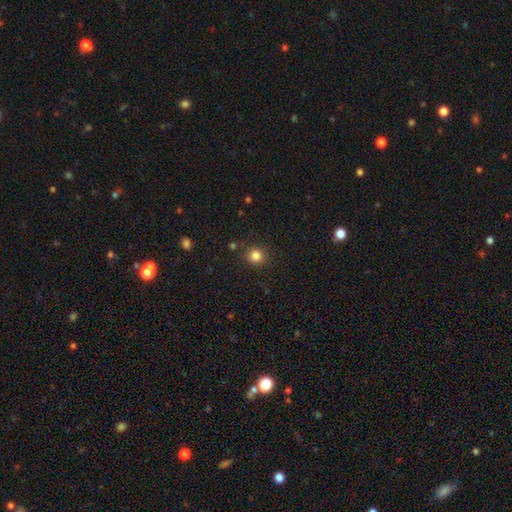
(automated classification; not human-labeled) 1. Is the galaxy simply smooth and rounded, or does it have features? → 83% smooth, 12% star or artifact, 4% featured or disk.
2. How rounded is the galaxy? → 91% round, 8% in between, 1% cigar-shaped.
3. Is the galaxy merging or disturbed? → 88% none, 7% minor disturbance, 3% major disturbance, 2% merger.